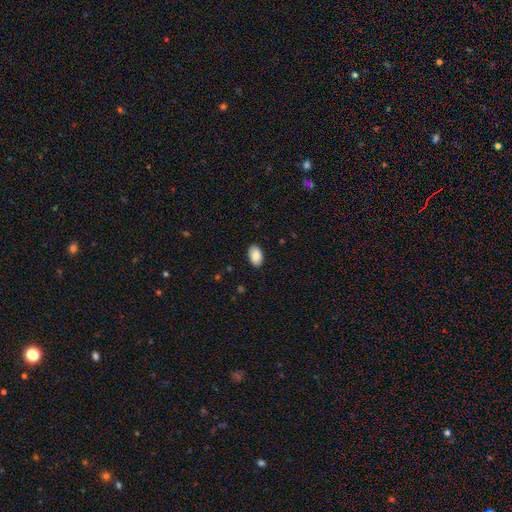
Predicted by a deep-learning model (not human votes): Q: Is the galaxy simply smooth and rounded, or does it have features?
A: smooth — 88%.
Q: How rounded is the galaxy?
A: in between — 93%.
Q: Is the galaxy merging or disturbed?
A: none — 88%.